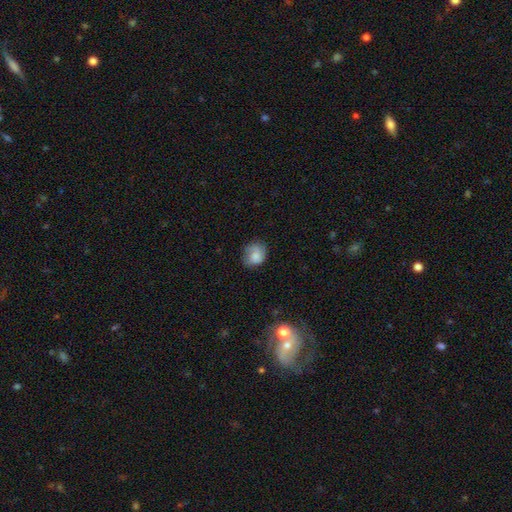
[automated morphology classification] Smooth or featured? smooth (71%)
How rounded? round (61%)
Merging? none (63%)